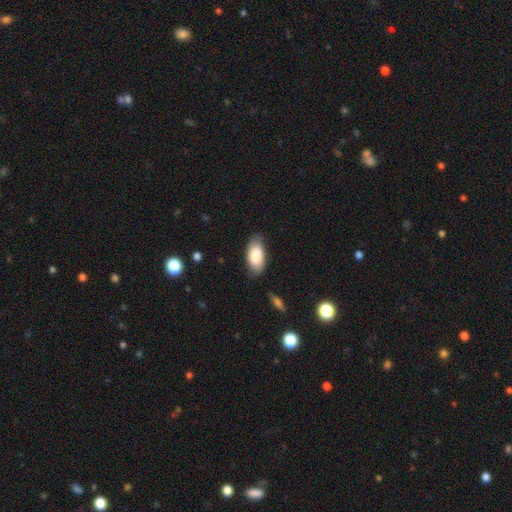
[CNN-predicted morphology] Q: Smooth or featured?
A: smooth (80%); runner-up: featured or disk (14%)
Q: How rounded?
A: in between (94%); runner-up: cigar-shaped (4%)
Q: Merging?
A: none (78%); runner-up: minor disturbance (17%)